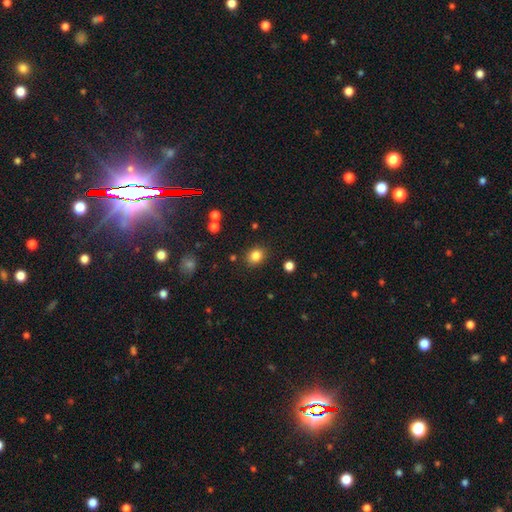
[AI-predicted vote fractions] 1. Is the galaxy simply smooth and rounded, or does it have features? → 83% smooth, 12% star or artifact, 5% featured or disk.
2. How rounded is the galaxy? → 59% round, 40% in between, 1% cigar-shaped.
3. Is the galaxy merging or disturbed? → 85% none, 9% minor disturbance, 3% major disturbance, 3% merger.